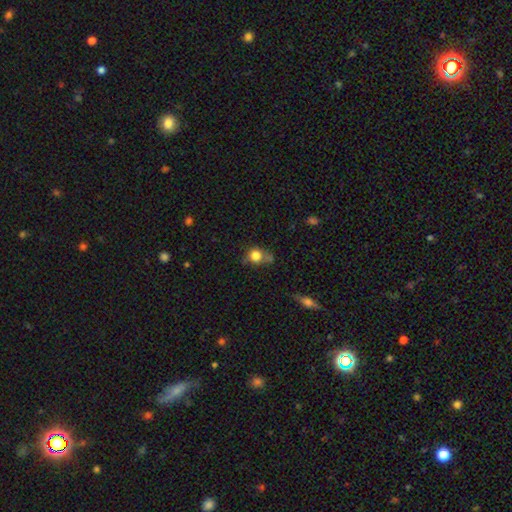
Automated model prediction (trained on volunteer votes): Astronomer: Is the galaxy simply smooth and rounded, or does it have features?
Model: smooth — 77%.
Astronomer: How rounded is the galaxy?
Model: round — 78%.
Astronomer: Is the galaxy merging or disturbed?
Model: none — 52%.